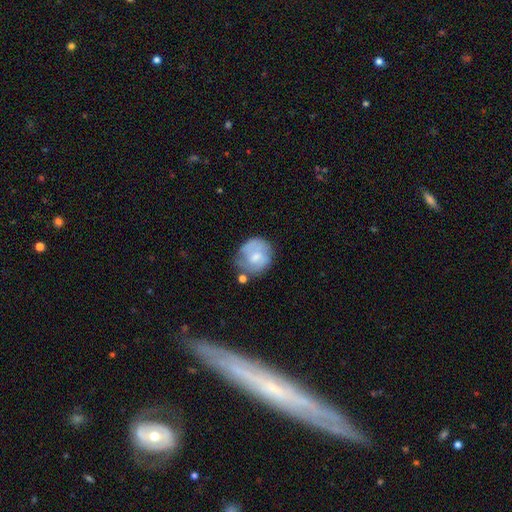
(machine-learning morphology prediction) This is possibly a smooth galaxy (47%). Merging: possibly none (52%).